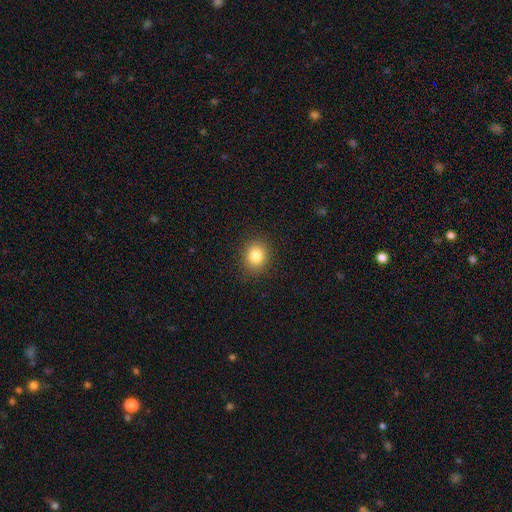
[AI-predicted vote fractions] A smooth galaxy with no disk features (83%) that is round (72%). Merging: none (89%).